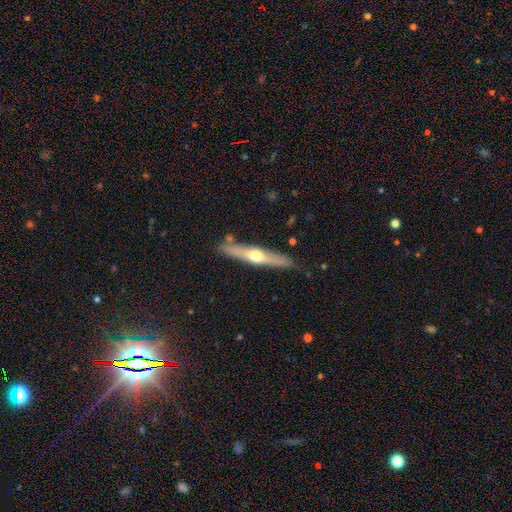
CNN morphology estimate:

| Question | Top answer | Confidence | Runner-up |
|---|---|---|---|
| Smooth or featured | featured or disk | 59% | smooth (36%) |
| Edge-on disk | yes | 94% | no (6%) |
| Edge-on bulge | rounded | 90% | none (7%) |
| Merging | none | 85% | minor disturbance (10%) |